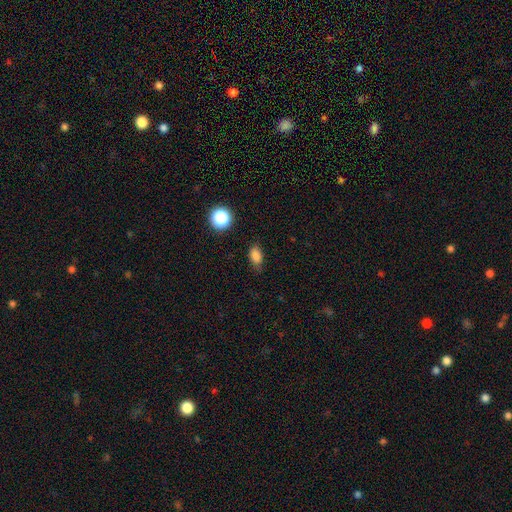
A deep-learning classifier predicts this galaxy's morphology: Smooth or featured? Predicted: smooth (p=0.83). How rounded? Predicted: in between (p=0.83). Merging? Predicted: none (p=0.73).